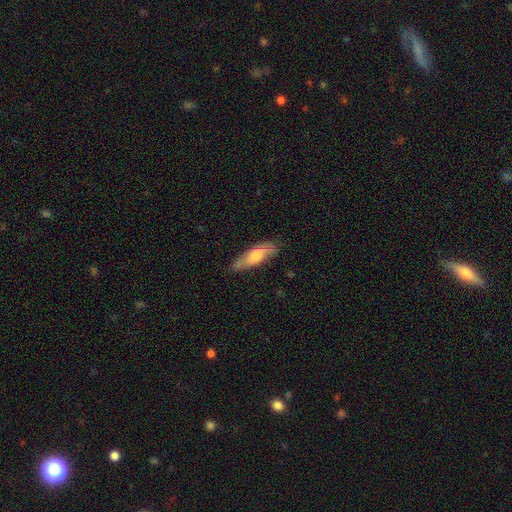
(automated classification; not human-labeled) This is possibly a smooth galaxy (57%). How rounded: possibly in between (53%). Merging: likely none (72%).